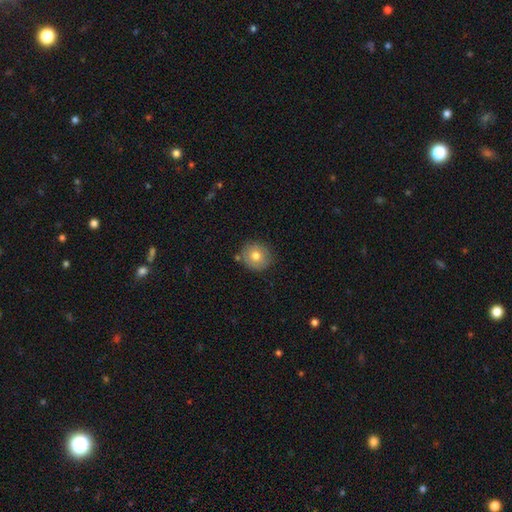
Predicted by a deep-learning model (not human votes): Q: Smooth or featured?
A: smooth (75%); runner-up: featured or disk (16%)
Q: How rounded?
A: round (90%); runner-up: in between (9%)
Q: Merging?
A: none (82%); runner-up: minor disturbance (11%)